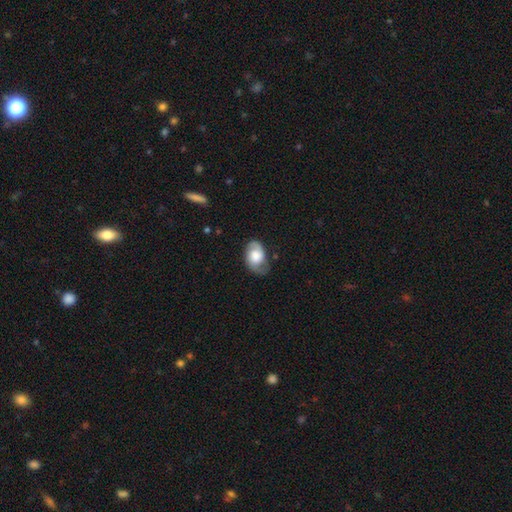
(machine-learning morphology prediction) Smooth or featured: featured or disk — 57% (smooth — 36%)
Edge-on disk: no — 96% (yes — 4%)
Bar: no — 71% (weak — 25%)
Spiral arms: yes — 84% (no — 16%)
Bulge size: large — 50% (moderate — 27%)
Merging: none — 61% (minor disturbance — 27%)